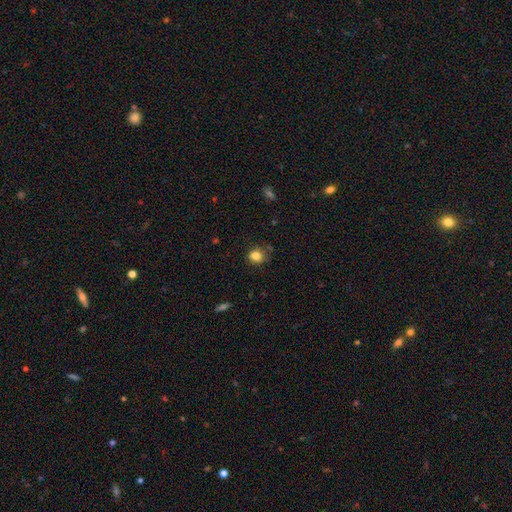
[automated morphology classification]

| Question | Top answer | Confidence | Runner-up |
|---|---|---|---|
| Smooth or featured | smooth | 83% | star or artifact (11%) |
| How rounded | round | 73% | in between (26%) |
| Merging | none | 75% | minor disturbance (18%) |